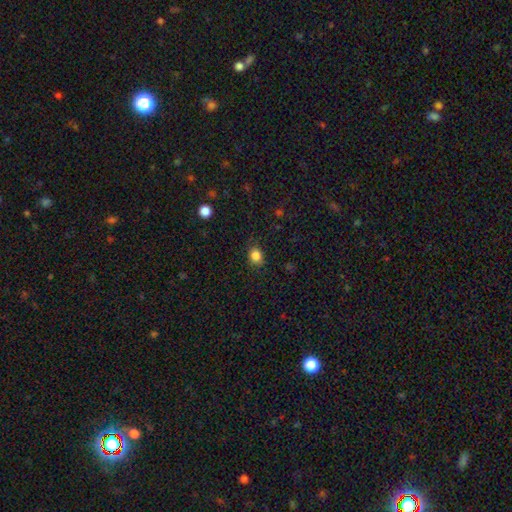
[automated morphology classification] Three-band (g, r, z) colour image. It shows a smooth galaxy with no disk features (85%) that is round (63%). Merging: none (83%).